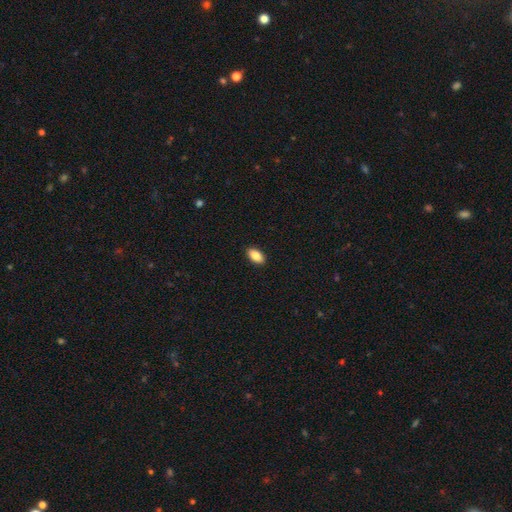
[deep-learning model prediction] Overall: smooth (87%). How rounded: in between (93%). Merging: none (91%).